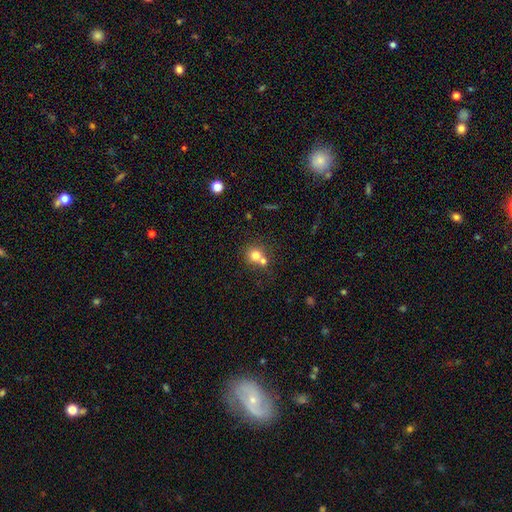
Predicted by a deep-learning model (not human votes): Q: Smooth or featured?
A: smooth (75%); runner-up: star or artifact (12%)
Q: How rounded?
A: round (86%); runner-up: in between (13%)
Q: Merging?
A: merger (46%); runner-up: none (44%)